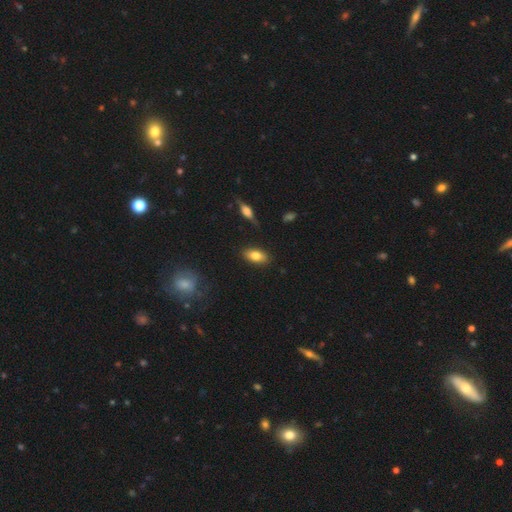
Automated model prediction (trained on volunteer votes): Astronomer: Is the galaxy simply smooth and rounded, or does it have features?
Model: smooth — 78%.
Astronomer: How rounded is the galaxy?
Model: in between — 88%.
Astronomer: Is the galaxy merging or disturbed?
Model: none — 85%.